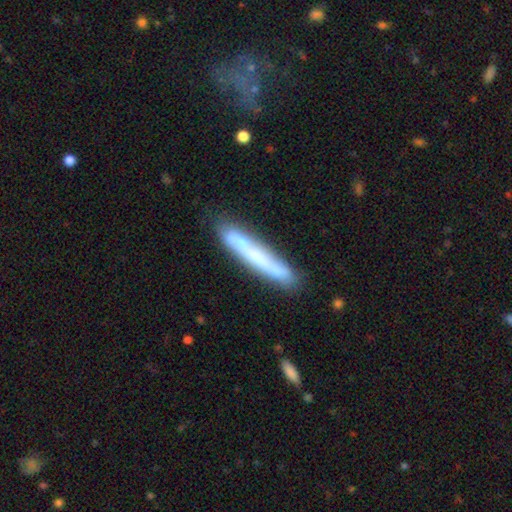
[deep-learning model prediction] Smooth or featured?
  - smooth: 49% *
  - featured or disk: 44%
  - star or artifact: 7%
Merging?
  - none: 70% *
  - minor disturbance: 17%
  - merger: 9%
  - major disturbance: 5%